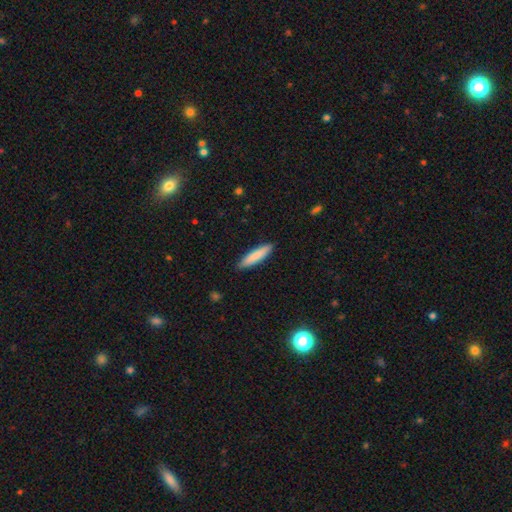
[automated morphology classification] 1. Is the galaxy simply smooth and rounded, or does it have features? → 83% smooth, 11% featured or disk, 5% star or artifact.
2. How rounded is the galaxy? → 82% cigar-shaped, 17% in between, 1% round.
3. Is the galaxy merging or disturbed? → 90% none, 7% minor disturbance, 1% major disturbance, 1% merger.